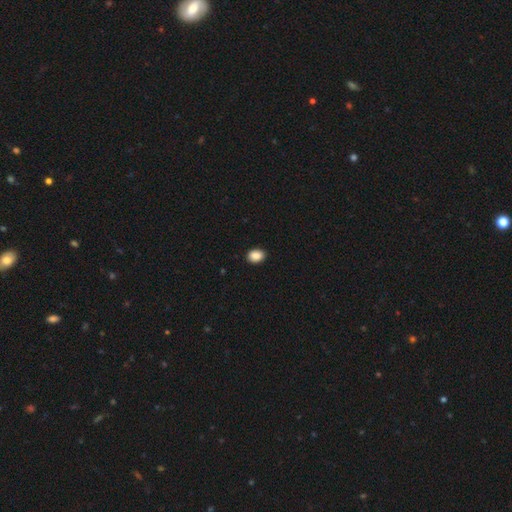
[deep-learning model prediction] Smooth or featured: smooth — 89% (star or artifact — 8%)
How rounded: in between — 68% (round — 31%)
Merging: none — 91% (minor disturbance — 7%)